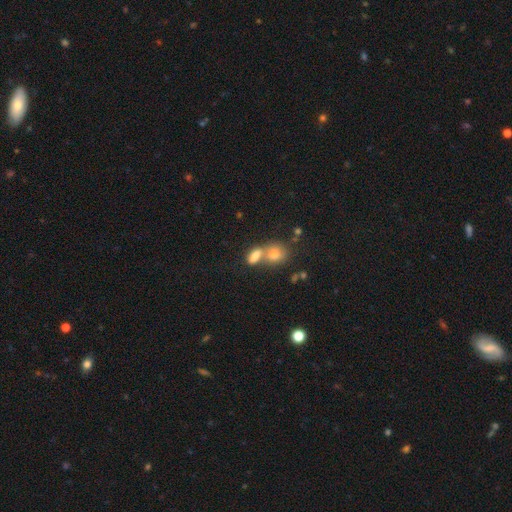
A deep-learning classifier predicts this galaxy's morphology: This is likely a smooth galaxy (78%). How rounded: likely in between (74%). Merging: possibly merger (52%).